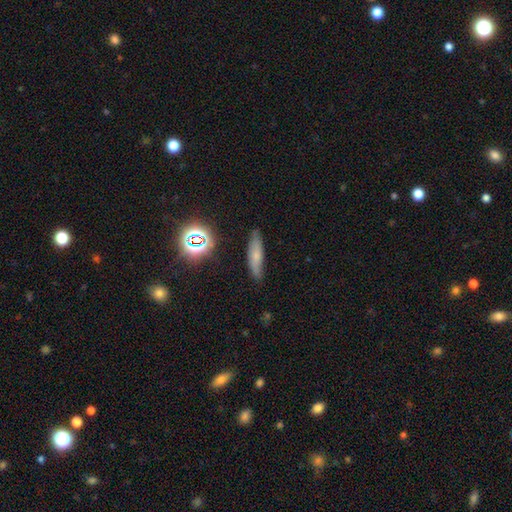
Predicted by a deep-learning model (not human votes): The model was most divided on "smooth or featured": smooth: 62%, featured or disk: 24%, star or artifact: 15%. More confident: merging — none (78%); how rounded — cigar-shaped (67%).